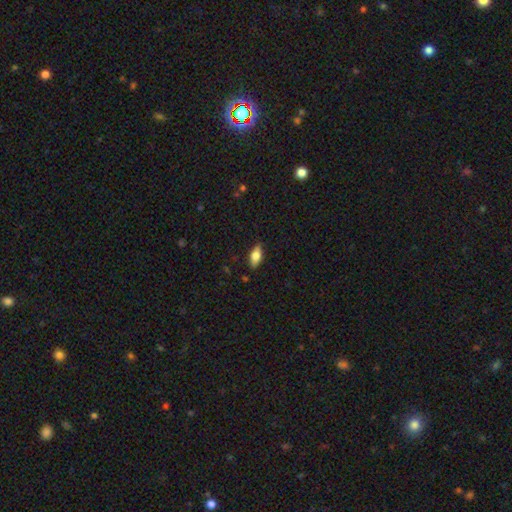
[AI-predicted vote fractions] A smooth galaxy with no disk features (69%) that is in between round and cigar-shaped (83%). Merging: none (85%).